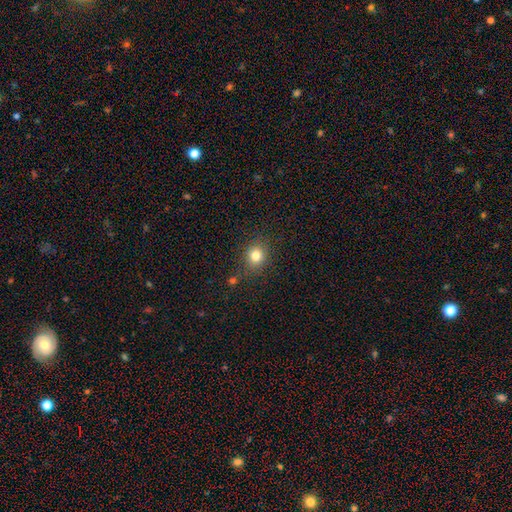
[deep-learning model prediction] Q: Smooth or featured?
A: smooth (80%); runner-up: star or artifact (13%)
Q: How rounded?
A: round (74%); runner-up: in between (25%)
Q: Merging?
A: none (82%); runner-up: minor disturbance (11%)